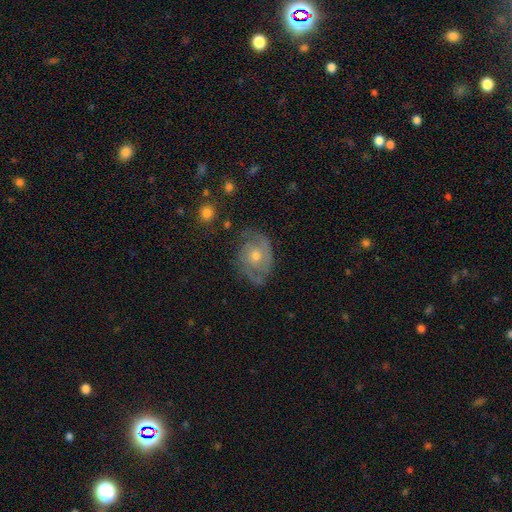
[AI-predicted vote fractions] A featured or disk galaxy (79%) with no bar (78%), 2 (61%) tight (51%) spiral arms (91%) and a moderate central bulge (60%).

Vote fractions:
- Smooth or featured? featured or disk: 79% / smooth: 13% / star or artifact: 8%
- Edge-on disk? no: 97% / yes: 3%
- Bar? no: 78% / weak: 19% / strong: 3%
- Spiral arms? yes: 91% / no: 9%
- Spiral winding? tight: 51% / medium: 38% / loose: 11%
- Spiral arm count? 2: 61% / can't tell: 19% / 3: 10% / 1: 4% / 4: 3% / more than 4: 3%
- Bulge size? moderate: 60% / small: 35% / large: 3% / none: 1% / dominant: 1%
- Merging? none: 72% / minor disturbance: 19% / major disturbance: 7% / merger: 2%